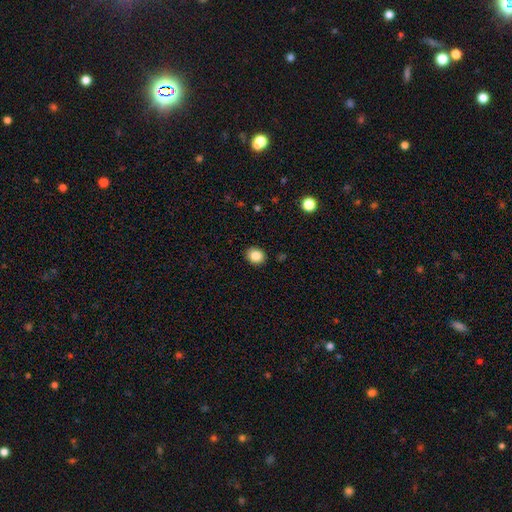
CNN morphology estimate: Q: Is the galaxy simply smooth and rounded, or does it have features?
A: smooth — 86%.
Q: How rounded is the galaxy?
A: round — 71%.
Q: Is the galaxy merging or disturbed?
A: none — 90%.